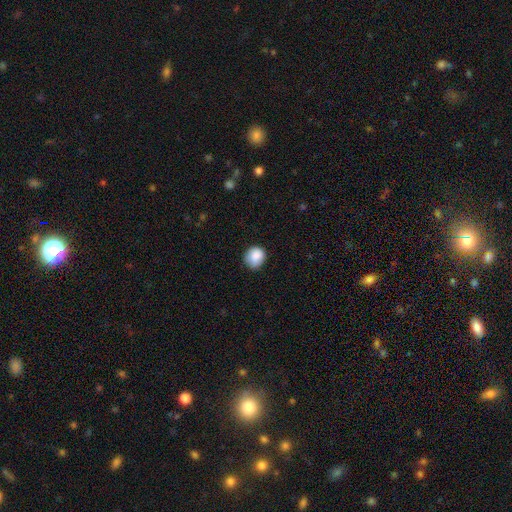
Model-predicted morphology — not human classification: smooth_or_featured: smooth (p=0.87) [alt: star or artifact p=0.08]
how_rounded: round (p=0.79) [alt: in between p=0.20]
merging: none (p=0.70) [alt: minor disturbance p=0.24]